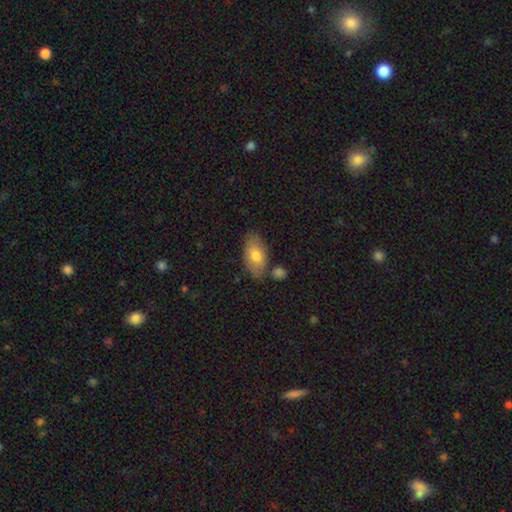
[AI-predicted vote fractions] smooth-or-featured: smooth: 75% | featured or disk: 19% | star or artifact: 6%
  how-rounded: in between: 93% | round: 4% | cigar-shaped: 3%
  merging: none: 74% | minor disturbance: 15% | merger: 7% | major disturbance: 3%